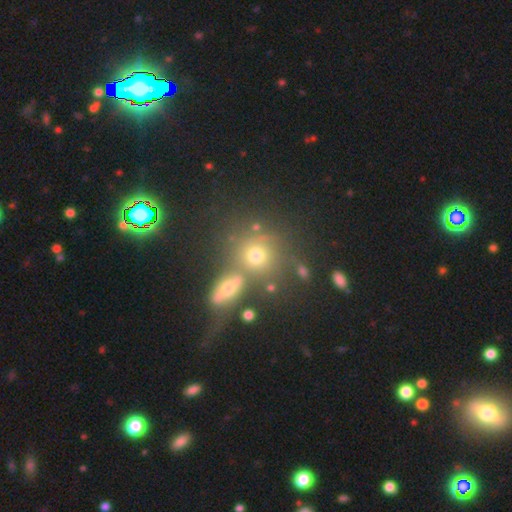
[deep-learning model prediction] The model was most divided on "merging": none: 45%, merger: 36%, minor disturbance: 11%, major disturbance: 9%. More confident: how rounded — round (79%); smooth or featured — smooth (61%).